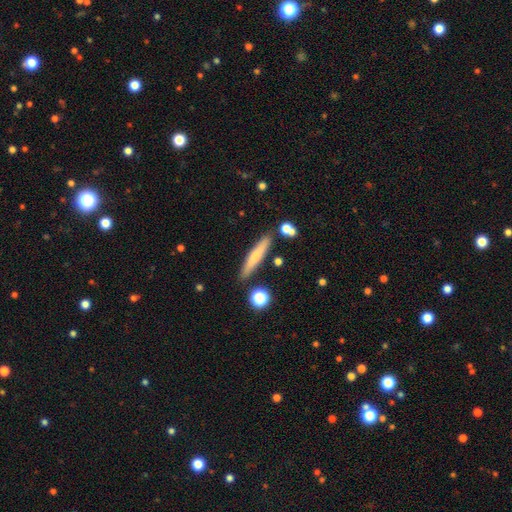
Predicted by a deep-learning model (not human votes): Overall: smooth (66%; featured or disk 27%). How rounded: cigar-shaped (91%). Merging: none (84%).